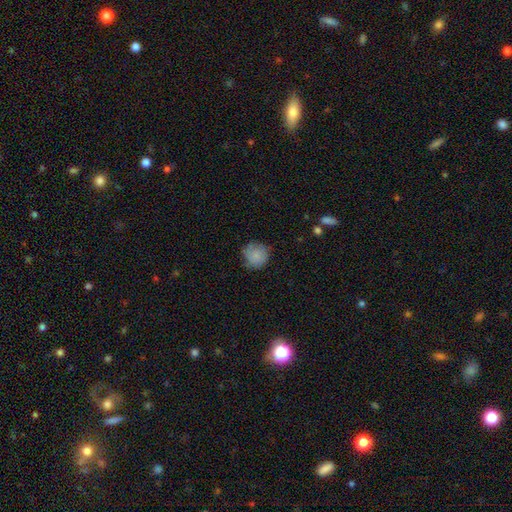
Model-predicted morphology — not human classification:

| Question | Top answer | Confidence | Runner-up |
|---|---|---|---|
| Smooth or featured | smooth | 78% | featured or disk (14%) |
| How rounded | round | 90% | in between (9%) |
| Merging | none | 69% | minor disturbance (24%) |